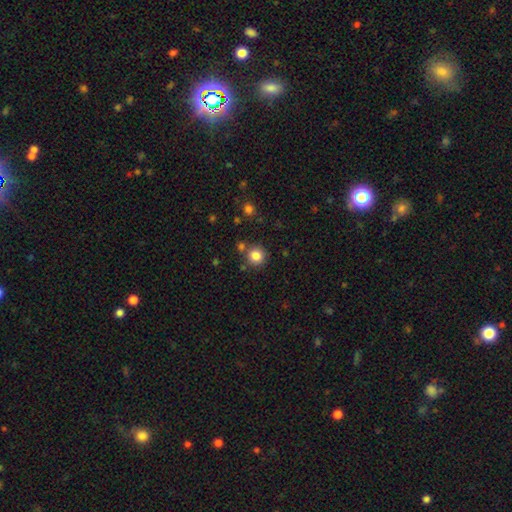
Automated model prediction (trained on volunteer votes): Smooth or featured: smooth — 83% (star or artifact — 11%)
How rounded: round — 92% (in between — 7%)
Merging: none — 79% (merger — 10%)